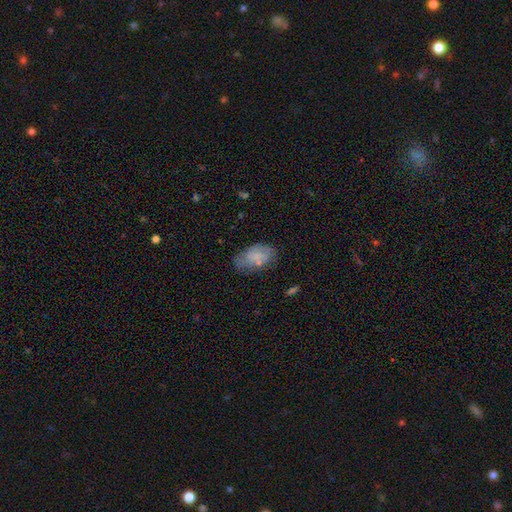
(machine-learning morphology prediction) A smooth galaxy with no disk features (68%) that is in between round and cigar-shaped (93%). Merging: none (62%).